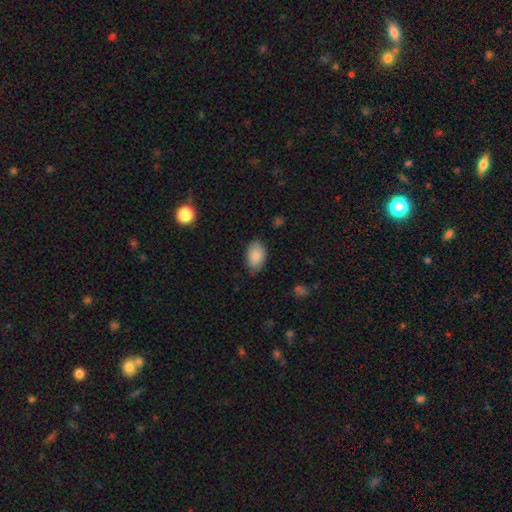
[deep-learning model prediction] Overall: smooth (88%). How rounded: in between (89%). Merging: none (77%).